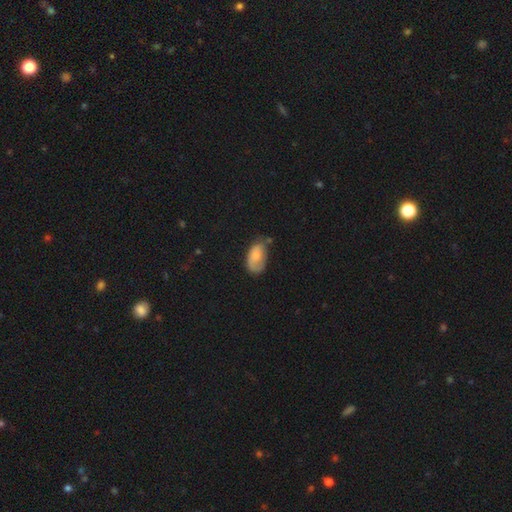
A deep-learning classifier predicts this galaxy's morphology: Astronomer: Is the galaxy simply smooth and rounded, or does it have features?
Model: smooth — 69%.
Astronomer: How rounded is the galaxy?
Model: in between — 93%.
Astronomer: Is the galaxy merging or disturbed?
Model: none — 44% (runner-up: minor disturbance, 34%).